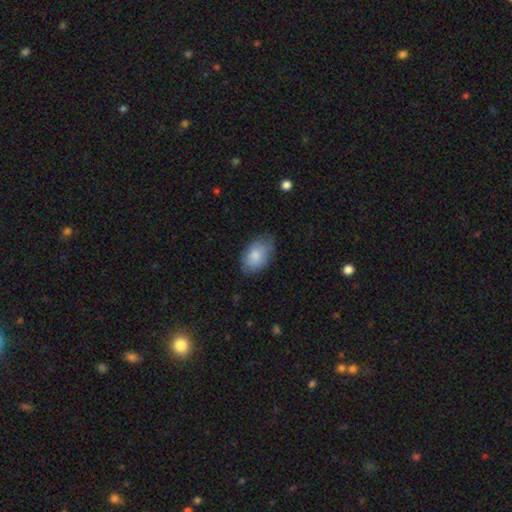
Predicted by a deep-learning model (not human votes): smooth_or_featured: smooth (p=0.82) [alt: featured or disk p=0.12]
how_rounded: in between (p=0.90) [alt: round p=0.09]
merging: none (p=0.67) [alt: minor disturbance p=0.26]